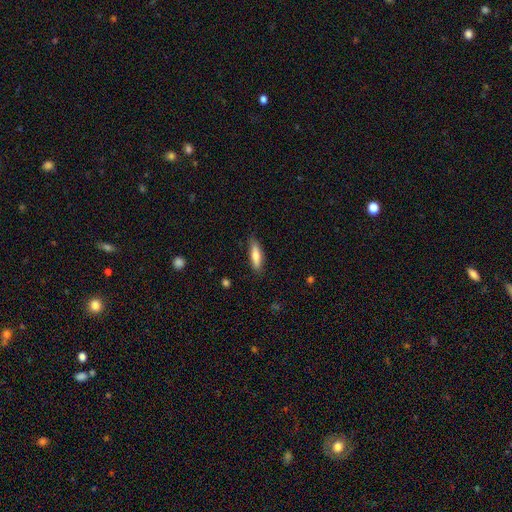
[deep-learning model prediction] Smooth or featured: smooth — 75% (featured or disk — 19%)
How rounded: cigar-shaped — 63% (in between — 35%)
Merging: none — 84% (minor disturbance — 12%)